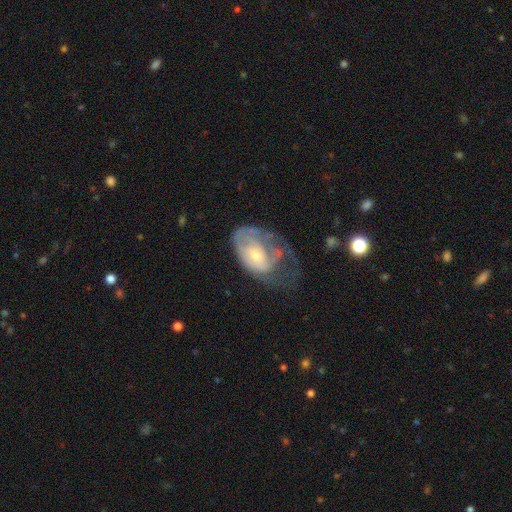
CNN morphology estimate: smooth_or_featured: featured or disk (p=0.58) [alt: smooth p=0.35]
disk_edge_on: no (p=0.96) [alt: yes p=0.04]
bar: no (p=0.76) [alt: weak p=0.20]
has_spiral_arms: yes (p=0.57) [alt: no p=0.43]
bulge_size: small (p=0.53) [alt: moderate p=0.38]
merging: major disturbance (p=0.51) [alt: minor disturbance p=0.25]